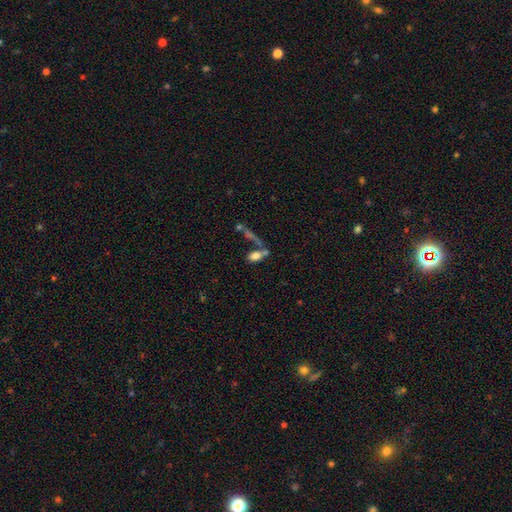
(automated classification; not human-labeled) A smooth galaxy with no disk features (74%) that is in between round and cigar-shaped (82%). Merging: merger (40%).